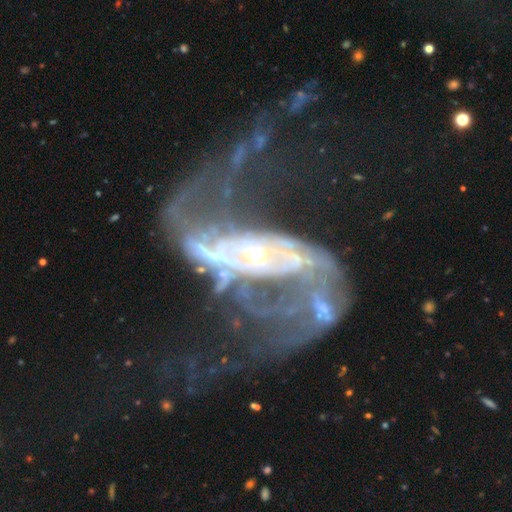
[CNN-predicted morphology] The model was most divided on "merging": major disturbance: 45%, merger: 25%, none: 20%, minor disturbance: 10%. Remaining: edge-on disk — no (94%); smooth or featured — featured or disk (88%); spiral arms — yes (87%); spiral arm count — 2 (75%); spiral winding — loose (63%); bulge size — small (57%); bar — no (47%).